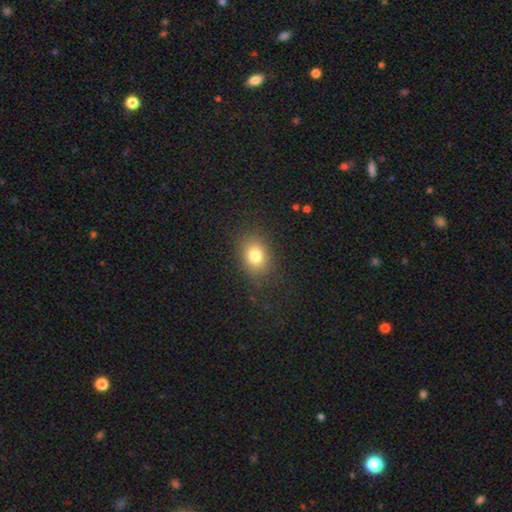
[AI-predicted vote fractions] Morphology: type=smooth (78%); roundness=in between (56%); merging=none (84%).